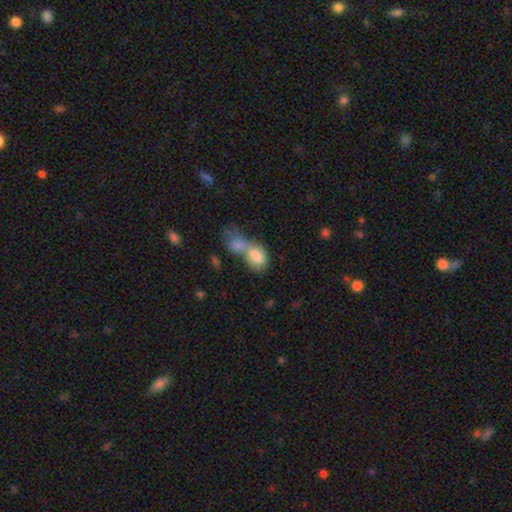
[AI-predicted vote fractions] smooth_or_featured: smooth (p=0.70) [alt: featured or disk p=0.22]
how_rounded: in between (p=0.85) [alt: round p=0.12]
merging: merger (p=0.69) [alt: none p=0.14]